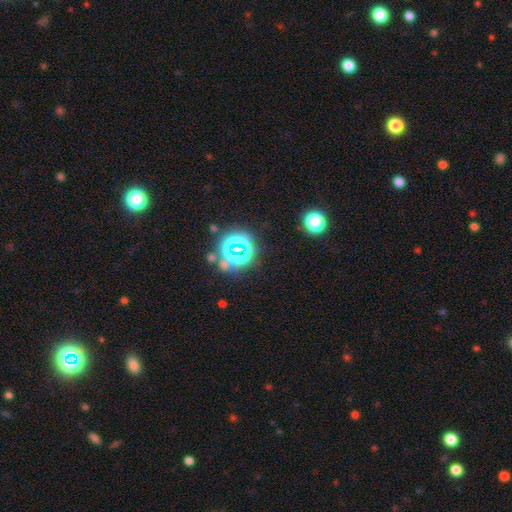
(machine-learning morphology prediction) A star or artifact, not a galaxy (79%).